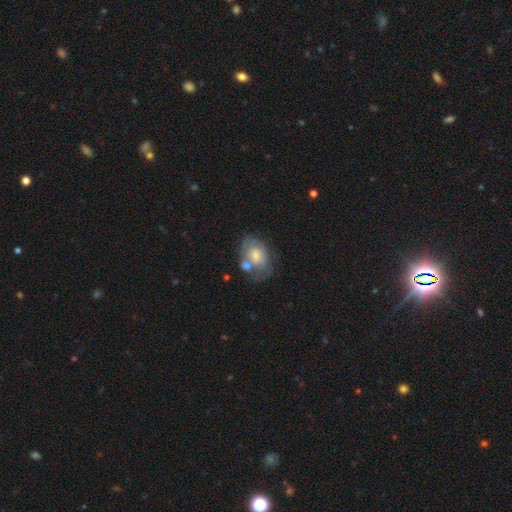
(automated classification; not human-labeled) Morphology: type=smooth (53%); roundness=in between (77%); merging=none (31%).